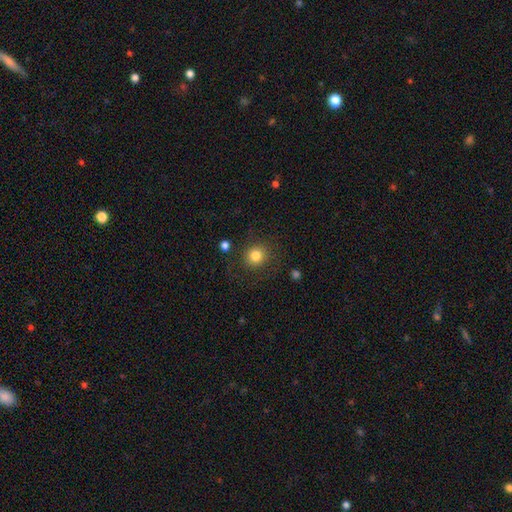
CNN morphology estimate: A smooth galaxy with no disk features (82%) that is round (88%). Merging: none (84%).